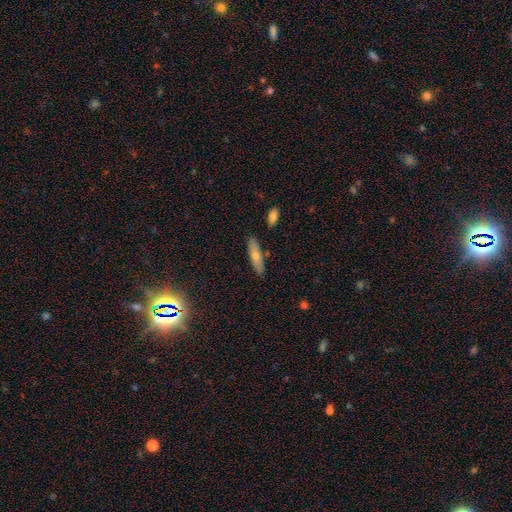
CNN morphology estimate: Smooth or featured? smooth (69%)
How rounded? cigar-shaped (68%)
Merging? none (84%)